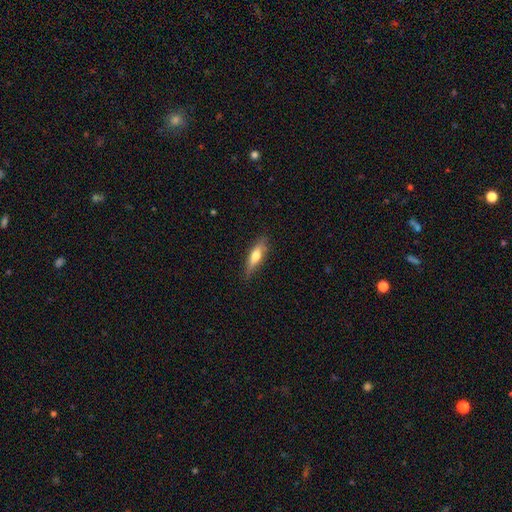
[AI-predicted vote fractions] Smooth or featured? Predicted: smooth (p=0.58). How rounded? Predicted: cigar-shaped (p=0.63). Merging? Predicted: none (p=0.80).